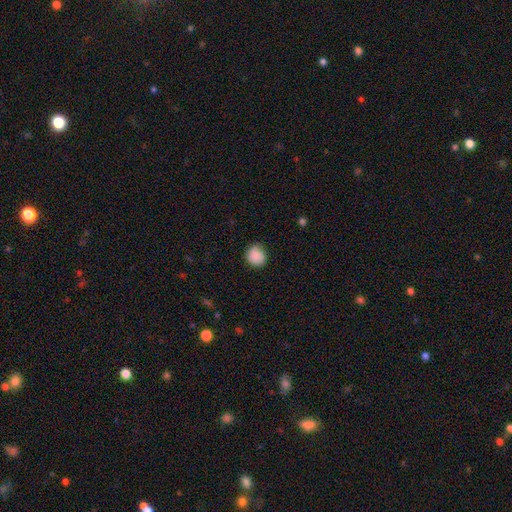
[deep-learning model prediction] Smooth or featured: smooth — 87% (star or artifact — 8%)
How rounded: round — 83% (in between — 16%)
Merging: none — 72% (minor disturbance — 22%)